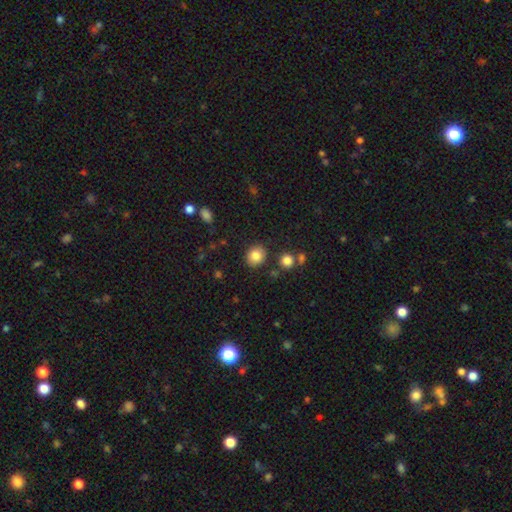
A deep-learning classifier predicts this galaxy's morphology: smooth 83%, star or artifact 10%, featured or disk 7%. Down the decision tree: how rounded — round (72%); merging — none (86%).